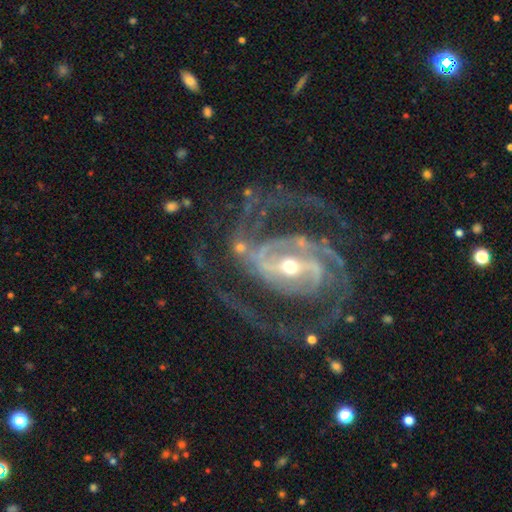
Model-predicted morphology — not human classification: The model was most divided on "bulge size": moderate: 49%, small: 46%, large: 4%, none: 1%, dominant: 1%. Remaining: spiral arms — yes (98%); edge-on disk — no (97%); smooth or featured — featured or disk (92%); merging — none (65%); bar — strong (51%); spiral arm count — 2 (49%); spiral winding — medium (48%).